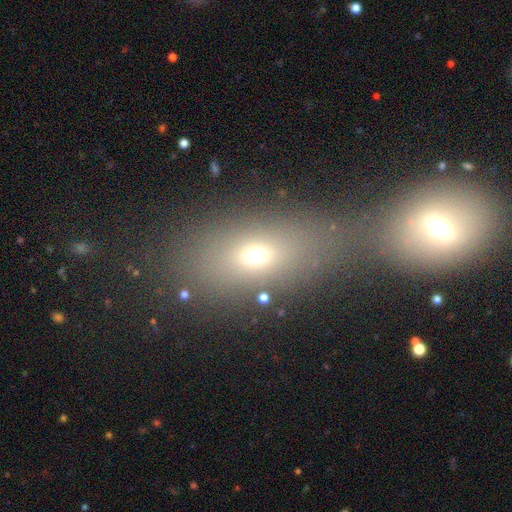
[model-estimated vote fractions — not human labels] smooth-or-featured: smooth: 62% | featured or disk: 19% | star or artifact: 19%
  how-rounded: in between: 70% | round: 21% | cigar-shaped: 9%
  merging: merger: 45% | none: 40% | minor disturbance: 9% | major disturbance: 7%